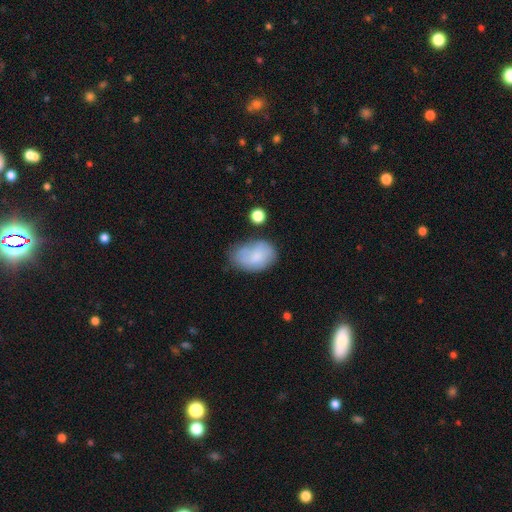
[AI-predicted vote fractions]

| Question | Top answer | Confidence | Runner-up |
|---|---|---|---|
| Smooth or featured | smooth | 74% | featured or disk (19%) |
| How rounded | in between | 86% | round (13%) |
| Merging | none | 43% | minor disturbance (34%) |